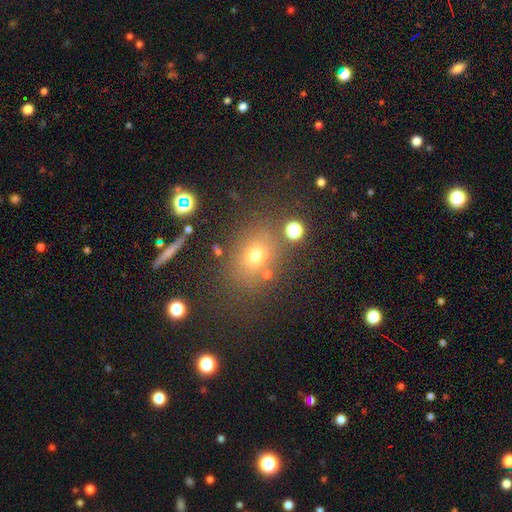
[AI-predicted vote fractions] smooth 66%, star or artifact 21%, featured or disk 13%. Down the decision tree: how rounded — round (50%); merging — none (76%).